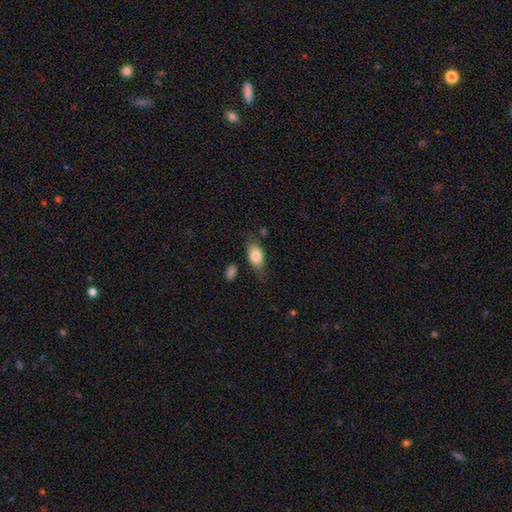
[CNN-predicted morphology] A smooth galaxy with no disk features (78%) that is in between round and cigar-shaped (85%).

Vote fractions:
- Smooth or featured? smooth: 78% / featured or disk: 15% / star or artifact: 7%
- How rounded? in between: 85% / round: 8% / cigar-shaped: 7%
- Merging? none: 64% / minor disturbance: 24% / major disturbance: 9% / merger: 4%